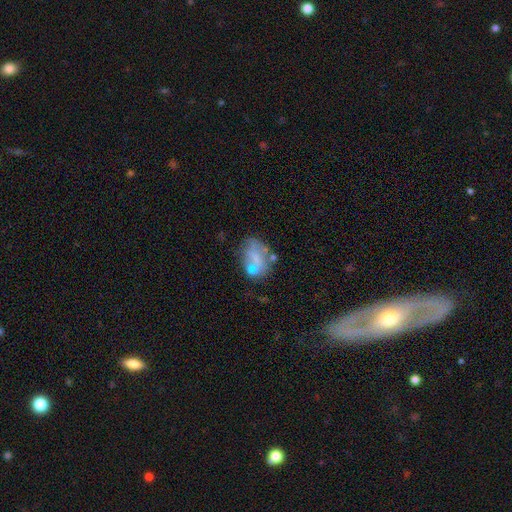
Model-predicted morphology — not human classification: smooth 52%, featured or disk 38%, star or artifact 11%. Down the decision tree: how rounded — in between (71%); merging — none (35%).